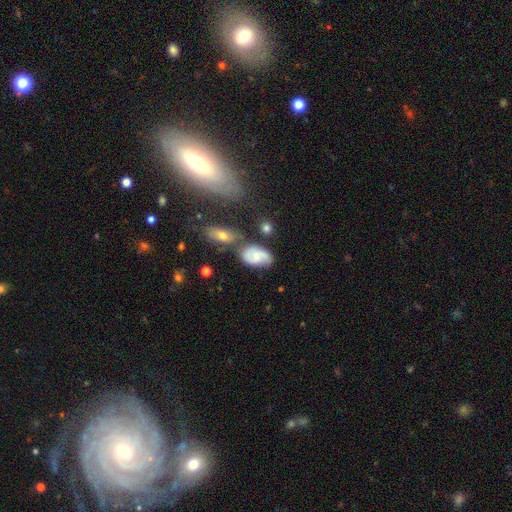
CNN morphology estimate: Q: Smooth or featured?
A: featured or disk (55%); runner-up: smooth (37%)
Q: Edge-on disk?
A: no (96%); runner-up: yes (4%)
Q: Bar?
A: no (60%); runner-up: weak (34%)
Q: Spiral arms?
A: yes (85%); runner-up: no (15%)
Q: Bulge size?
A: small (53%); runner-up: moderate (33%)
Q: Merging?
A: none (55%); runner-up: minor disturbance (20%)